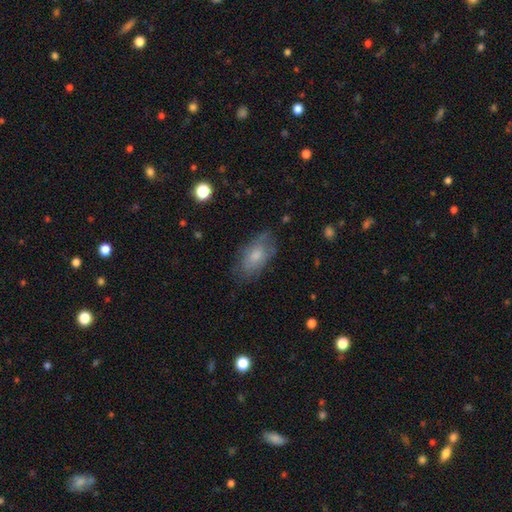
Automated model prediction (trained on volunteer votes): Smooth or featured?
  - smooth: 61% *
  - featured or disk: 31%
  - star or artifact: 8%
How rounded?
  - in between: 90% *
  - cigar-shaped: 5%
  - round: 5%
Merging?
  - none: 67% *
  - minor disturbance: 23%
  - major disturbance: 9%
  - merger: 1%